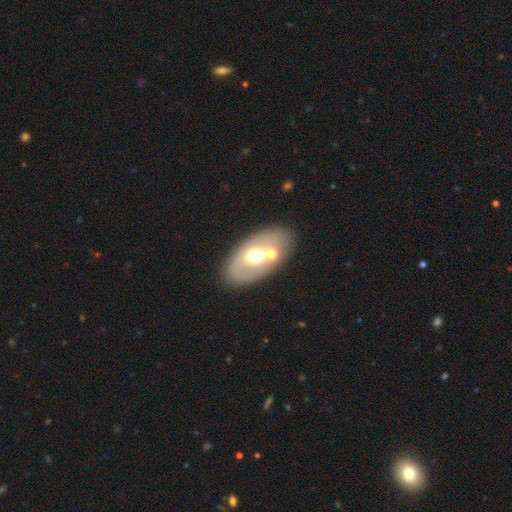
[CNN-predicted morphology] Smooth or featured?
  - featured or disk: 49% *
  - smooth: 43%
  - star or artifact: 8%
Merging?
  - none: 66% *
  - merger: 17%
  - minor disturbance: 11%
  - major disturbance: 5%